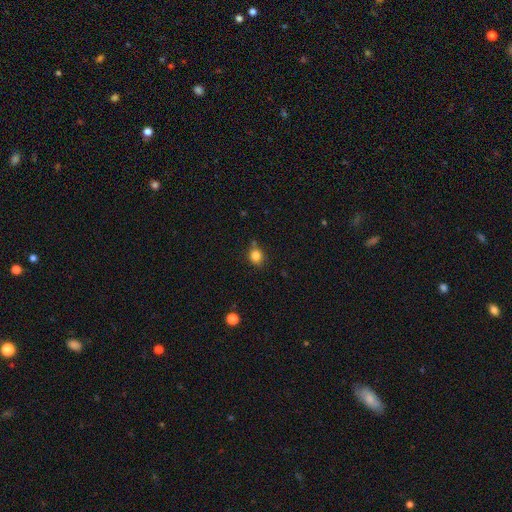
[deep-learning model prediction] The model was most divided on "merging": none: 71%, minor disturbance: 18%, merger: 7%, major disturbance: 4%. More confident: smooth or featured — smooth (83%); how rounded — round (76%).